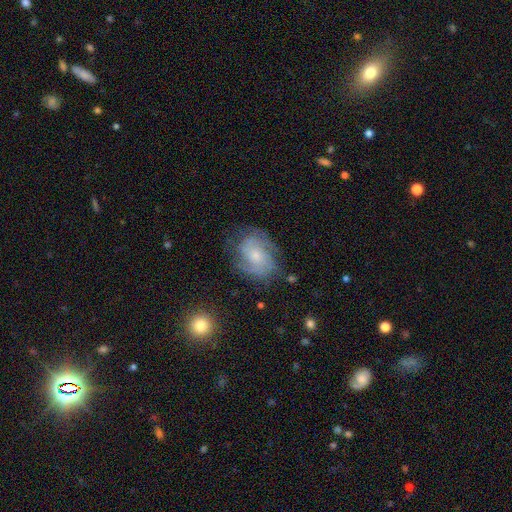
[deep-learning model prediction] This appears to be a featured or disk galaxy (73%) with no bar (68%), 2 (43%) tight (44%) spiral arms (92%) and a small central bulge (56%). Merging: none (68%).